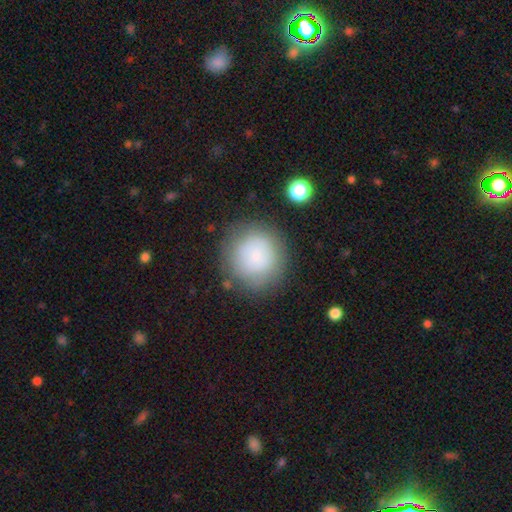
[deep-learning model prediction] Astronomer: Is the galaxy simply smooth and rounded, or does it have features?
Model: smooth — 79%.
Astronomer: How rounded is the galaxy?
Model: round — 92%.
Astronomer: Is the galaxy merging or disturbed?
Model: none — 80%.